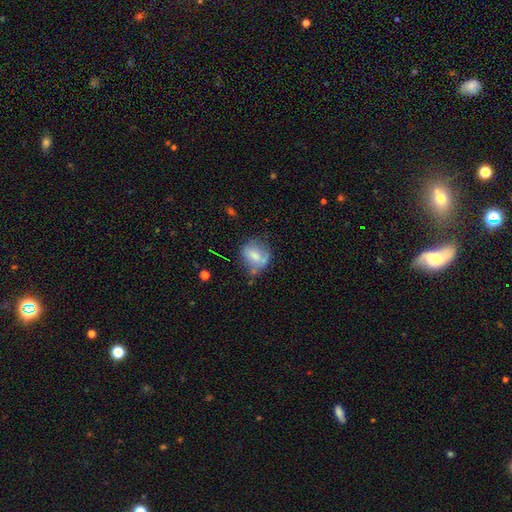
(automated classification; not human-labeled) Smooth or featured?
  - smooth: 66% *
  - featured or disk: 25%
  - star or artifact: 9%
How rounded?
  - round: 55% *
  - in between: 44%
  - cigar-shaped: 1%
Merging?
  - none: 45% *
  - minor disturbance: 30%
  - major disturbance: 15%
  - merger: 10%